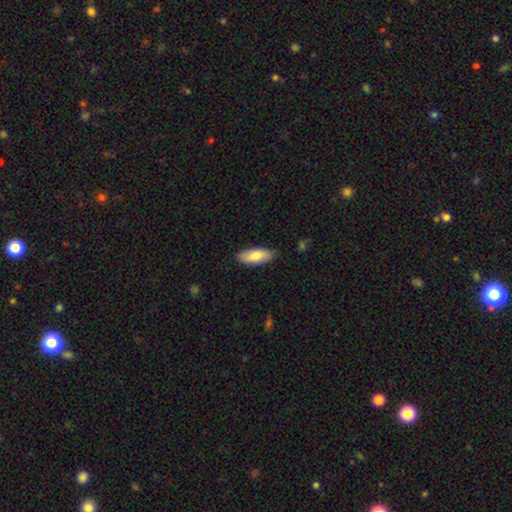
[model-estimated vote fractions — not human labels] A smooth galaxy with no disk features (78%) that is in between round and cigar-shaped (80%). Merging: none (85%).